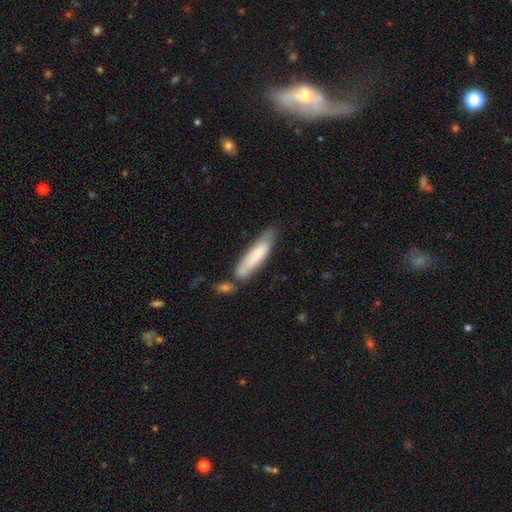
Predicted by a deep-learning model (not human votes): smooth_or_featured: smooth (p=0.71) [alt: featured or disk p=0.23]
how_rounded: cigar-shaped (p=0.77) [alt: in between p=0.22]
merging: none (p=0.53) [alt: minor disturbance p=0.21]